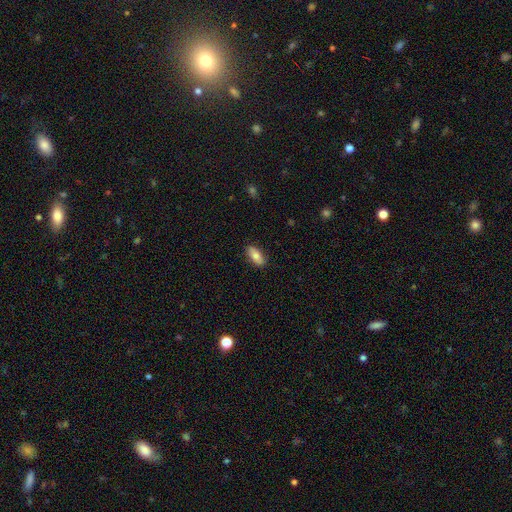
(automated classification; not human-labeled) Smooth or featured? Predicted: smooth (p=0.78). How rounded? Predicted: in between (p=0.85). Merging? Predicted: none (p=0.85).